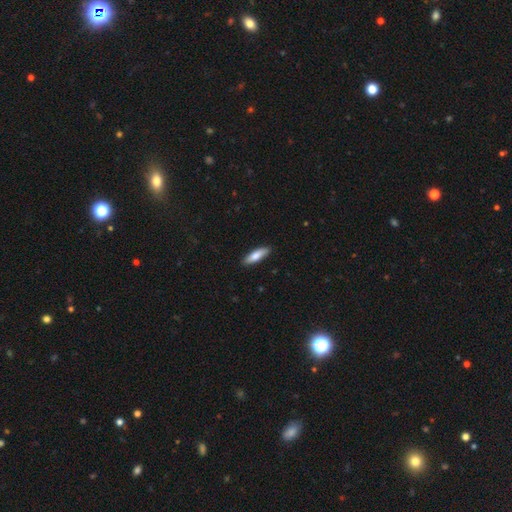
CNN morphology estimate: This appears to be a smooth galaxy with no disk features (78%) that is cigar-shaped (59%). Merging: none (88%).